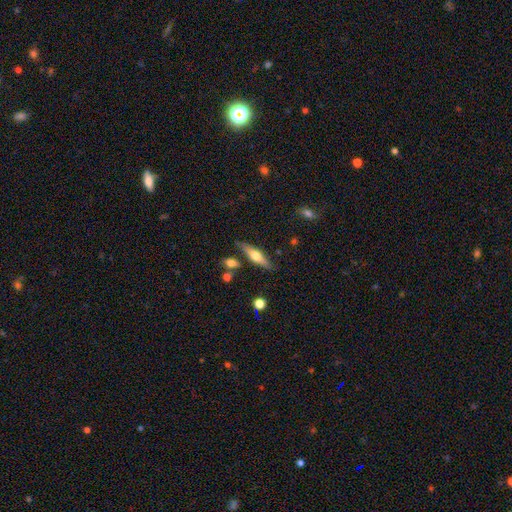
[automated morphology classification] Overall: featured or disk (51%; smooth 43%). Edge-on disk: yes (92%). Merging: none (79%).